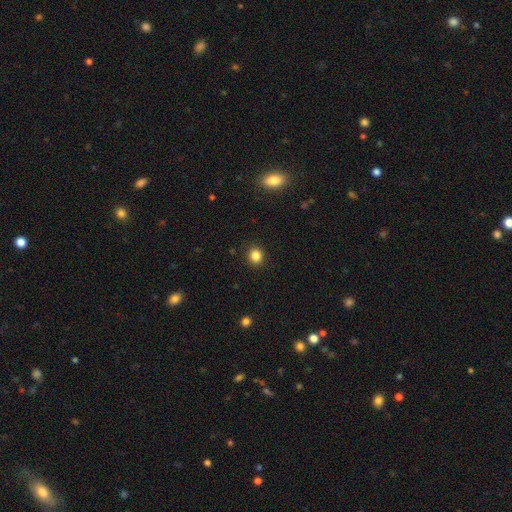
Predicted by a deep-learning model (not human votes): smooth 84%, star or artifact 12%, featured or disk 4%. Down the decision tree: how rounded — round (82%); merging — none (91%).